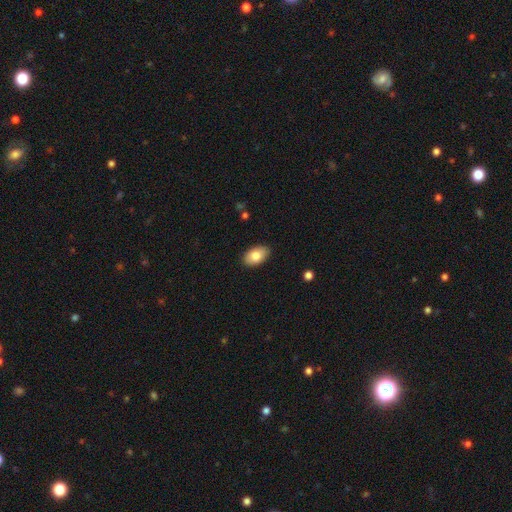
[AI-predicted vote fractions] A smooth galaxy with no disk features (82%) that is in between round and cigar-shaped (92%). Merging: none (87%).